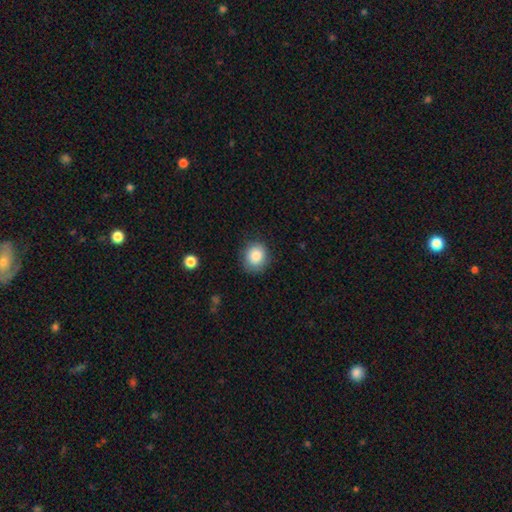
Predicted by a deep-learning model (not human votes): A smooth galaxy with no disk features (85%) that is round (76%).

Vote fractions:
- Smooth or featured? smooth: 85% / star or artifact: 8% / featured or disk: 7%
- How rounded? round: 76% / in between: 23% / cigar-shaped: 1%
- Merging? none: 82% / minor disturbance: 13% / major disturbance: 3% / merger: 1%